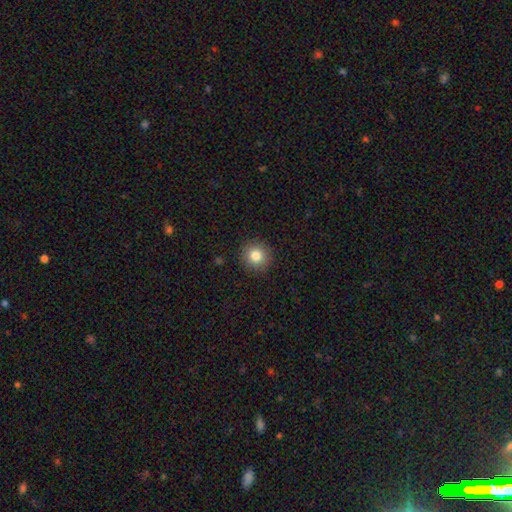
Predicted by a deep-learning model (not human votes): smooth-or-featured: smooth: 82% | star or artifact: 11% | featured or disk: 7%
  how-rounded: round: 93% | in between: 6% | cigar-shaped: 1%
  merging: none: 92% | minor disturbance: 5% | major disturbance: 2% | merger: 1%